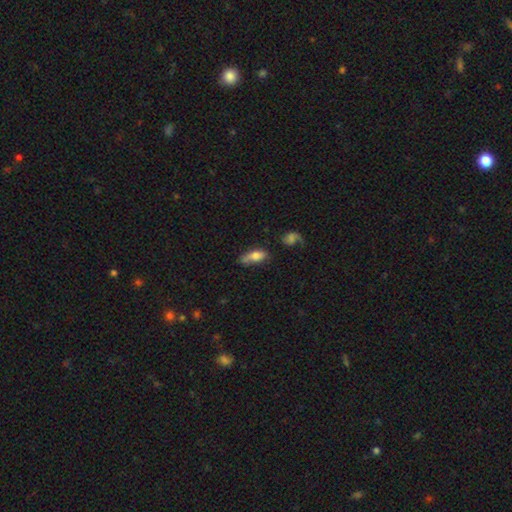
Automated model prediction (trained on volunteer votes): Smooth or featured? Predicted: smooth (p=0.69). How rounded? Predicted: in between (p=0.73). Merging? Predicted: none (p=0.42).